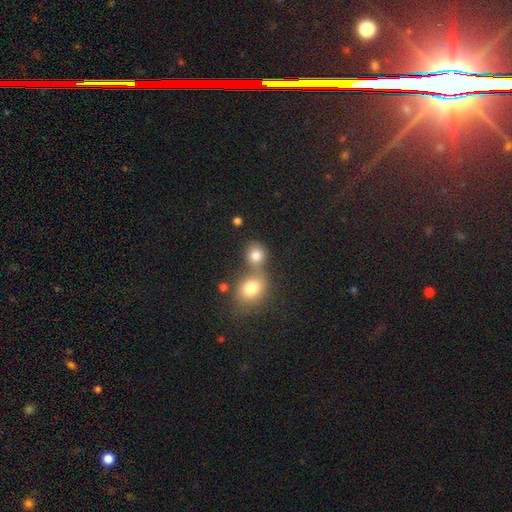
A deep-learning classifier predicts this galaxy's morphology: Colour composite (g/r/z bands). It shows a smooth galaxy with no disk features (81%) that is round (77%). Merging: merger (46%).